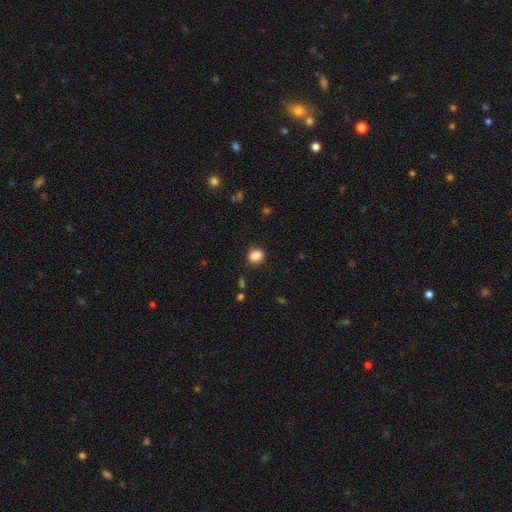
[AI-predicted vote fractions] Q: Smooth or featured?
A: smooth (87%); runner-up: star or artifact (9%)
Q: How rounded?
A: round (56%); runner-up: in between (43%)
Q: Merging?
A: none (84%); runner-up: minor disturbance (12%)